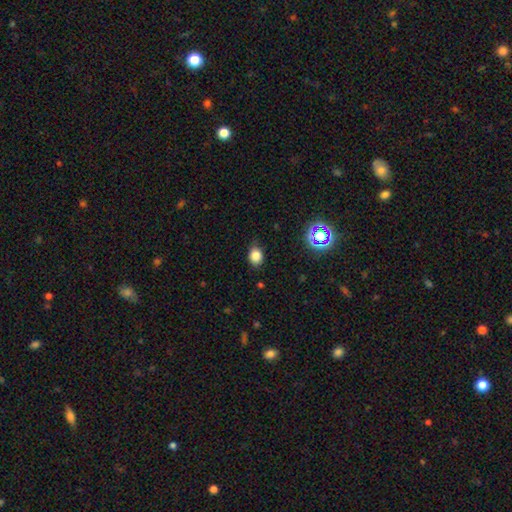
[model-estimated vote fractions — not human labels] Smooth or featured: smooth — 80% (star or artifact — 14%)
How rounded: in between — 58% (round — 40%)
Merging: none — 77% (minor disturbance — 19%)